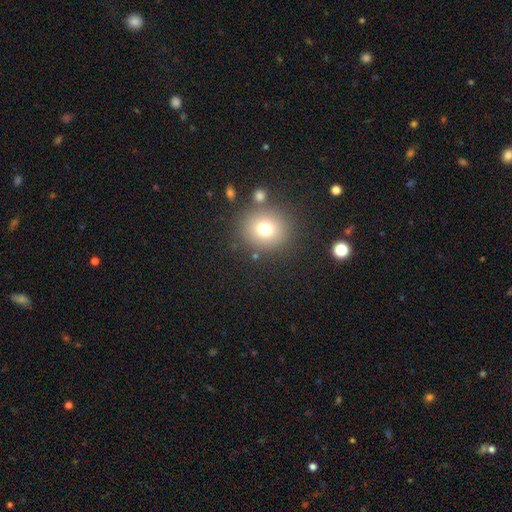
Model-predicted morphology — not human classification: The model was most divided on "smooth or featured": smooth: 72%, star or artifact: 17%, featured or disk: 11%. More confident: how rounded — round (88%); merging — none (84%).